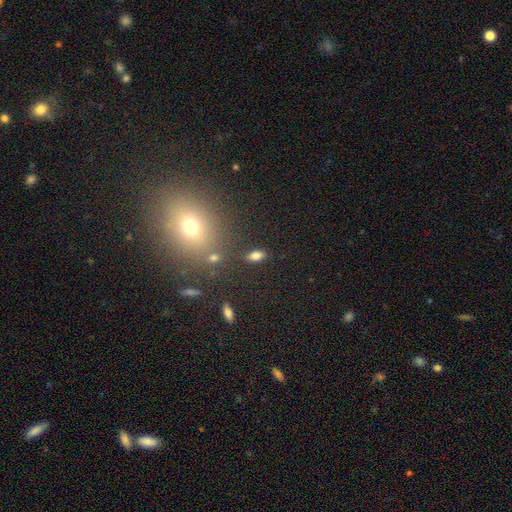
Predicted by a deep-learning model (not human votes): Q: Smooth or featured?
A: smooth (79%); runner-up: star or artifact (12%)
Q: How rounded?
A: in between (86%); runner-up: cigar-shaped (8%)
Q: Merging?
A: none (82%); runner-up: minor disturbance (10%)